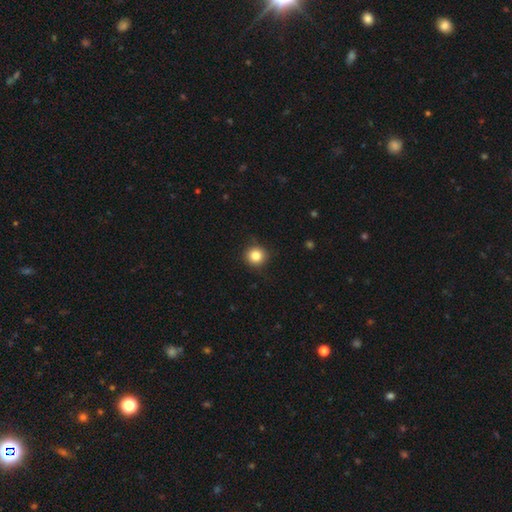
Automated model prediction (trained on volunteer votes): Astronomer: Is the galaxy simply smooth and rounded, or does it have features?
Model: smooth — 84%.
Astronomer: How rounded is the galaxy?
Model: round — 93%.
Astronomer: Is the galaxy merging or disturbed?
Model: none — 89%.